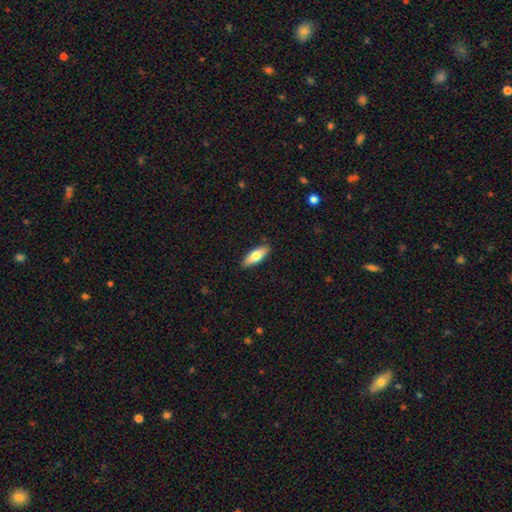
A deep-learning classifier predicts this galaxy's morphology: smooth-or-featured: smooth: 69% | featured or disk: 25% | star or artifact: 6%
  how-rounded: in between: 65% | cigar-shaped: 33% | round: 2%
  merging: none: 88% | minor disturbance: 9% | major disturbance: 2% | merger: 1%